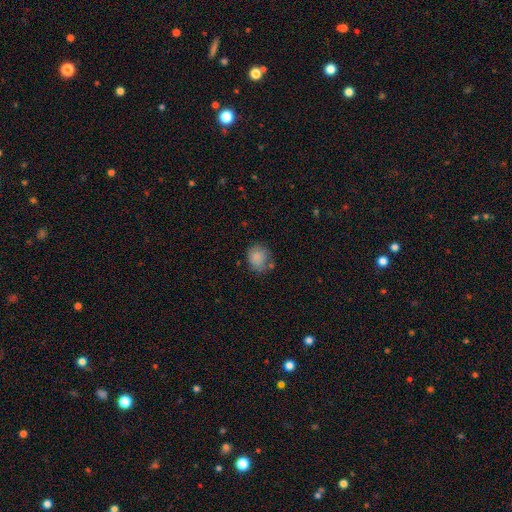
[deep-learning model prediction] This is likely a smooth galaxy (79%). How rounded: likely round (70%). Merging: likely none (66%).